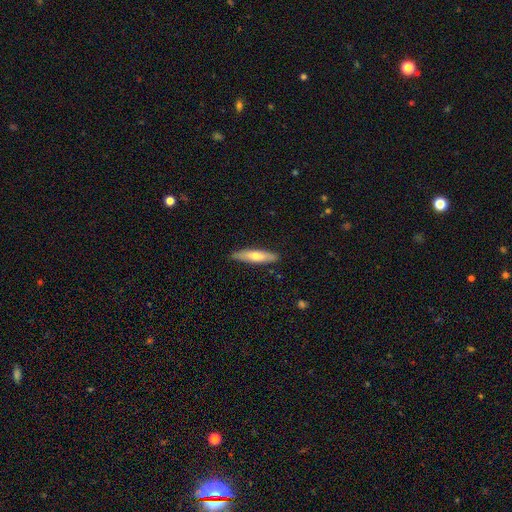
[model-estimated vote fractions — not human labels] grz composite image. It shows a smooth galaxy with no disk features (59%) that is cigar-shaped (79%). Merging: none (88%).